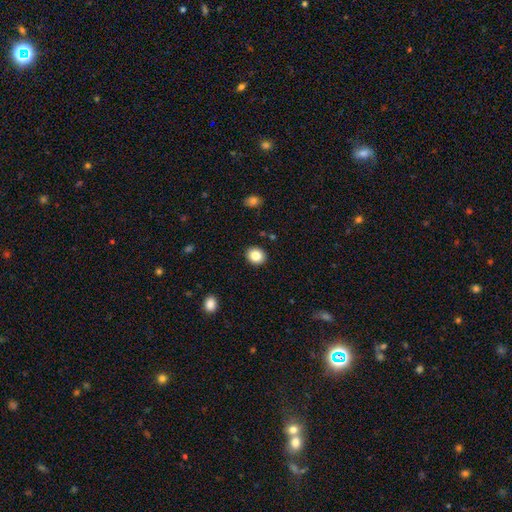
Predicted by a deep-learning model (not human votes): The model was most divided on "how rounded": round: 72%, in between: 27%, cigar-shaped: 1%. More confident: merging — none (91%); smooth or featured — smooth (85%).